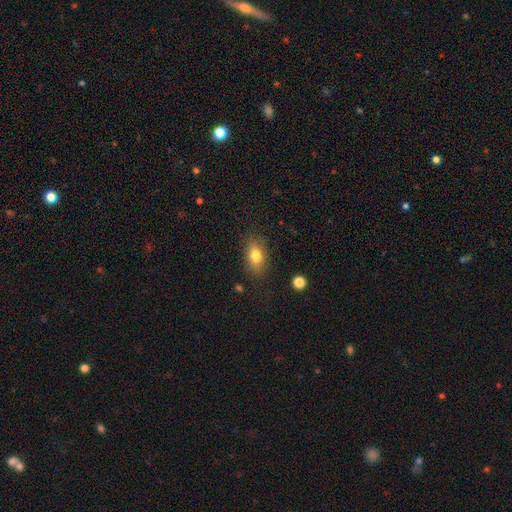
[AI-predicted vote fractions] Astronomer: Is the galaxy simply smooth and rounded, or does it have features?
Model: smooth — 80%.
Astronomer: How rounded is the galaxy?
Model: in between — 85%.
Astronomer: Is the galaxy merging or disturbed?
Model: none — 80%.